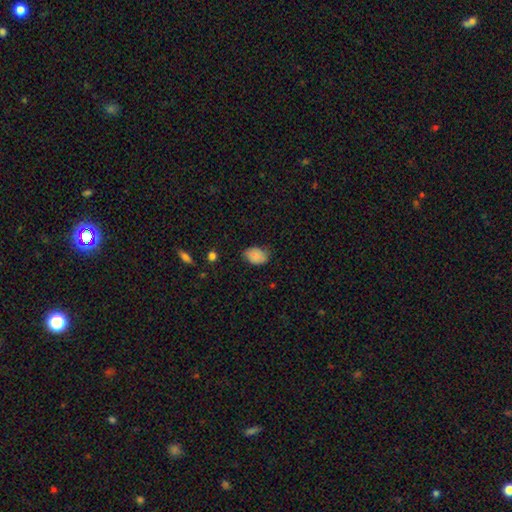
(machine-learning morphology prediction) smooth_or_featured: smooth (p=0.81) [alt: featured or disk p=0.11]
how_rounded: in between (p=0.80) [alt: round p=0.19]
merging: none (p=0.68) [alt: minor disturbance p=0.26]